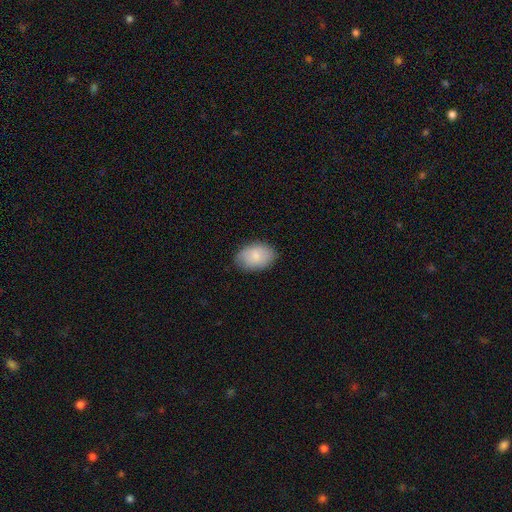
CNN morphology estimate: type=smooth (81%); roundness=in between (88%); merging=none (82%).